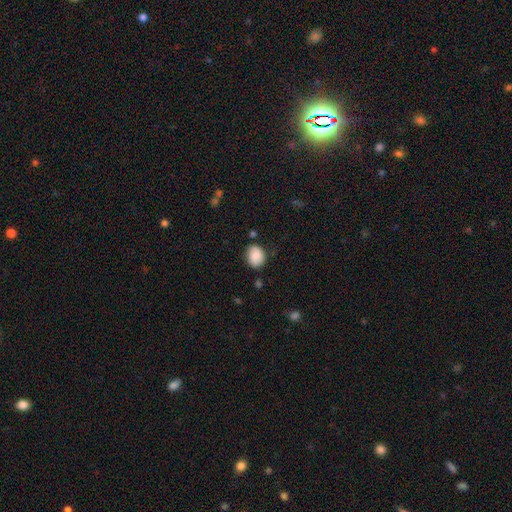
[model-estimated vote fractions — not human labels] smooth-or-featured: smooth: 85% | star or artifact: 8% | featured or disk: 7%
  how-rounded: in between: 50% | round: 49% | cigar-shaped: 1%
  merging: none: 76% | minor disturbance: 17% | major disturbance: 4% | merger: 3%